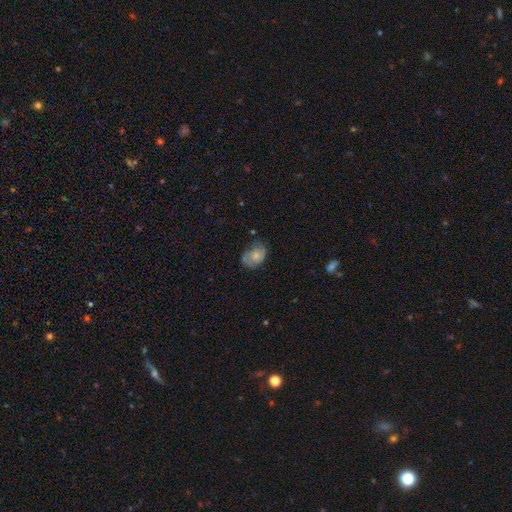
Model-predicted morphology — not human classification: A featured or disk galaxy (47%). Merging: none (55%).